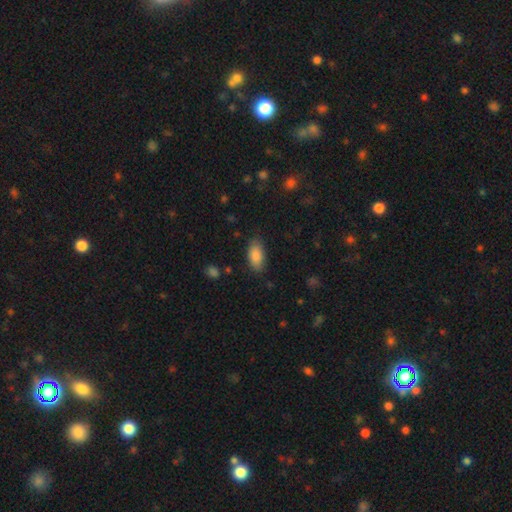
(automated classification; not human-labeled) Q: Smooth or featured?
A: smooth (88%); runner-up: star or artifact (7%)
Q: How rounded?
A: in between (92%); runner-up: cigar-shaped (5%)
Q: Merging?
A: none (81%); runner-up: minor disturbance (14%)